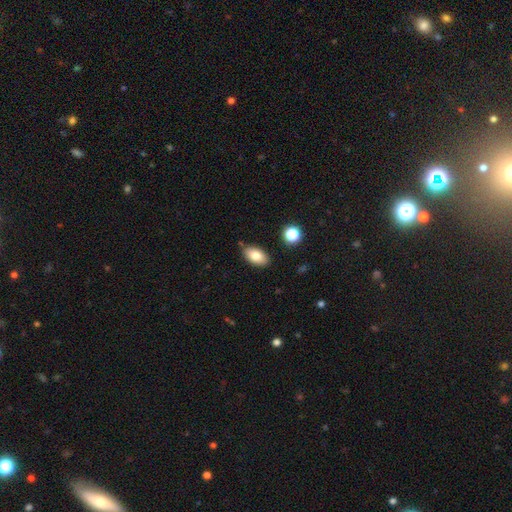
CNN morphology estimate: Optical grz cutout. It shows a smooth galaxy with no disk features (82%) that is in between round and cigar-shaped (92%). Merging: none (82%).